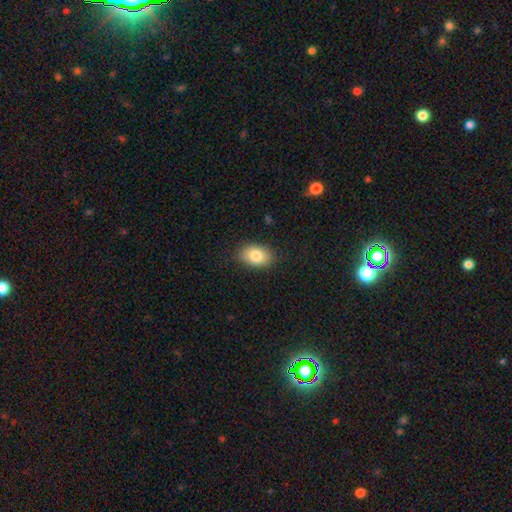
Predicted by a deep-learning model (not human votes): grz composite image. It shows a smooth galaxy with no disk features (82%) that is in between round and cigar-shaped (84%). Merging: none (84%).